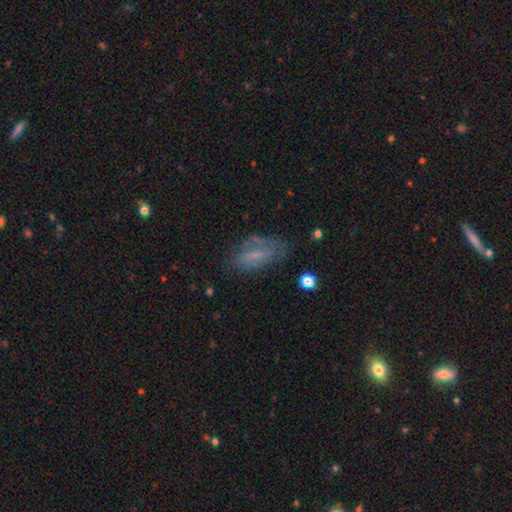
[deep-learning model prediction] A smooth galaxy with no disk features (47%). Merging: none (53%).